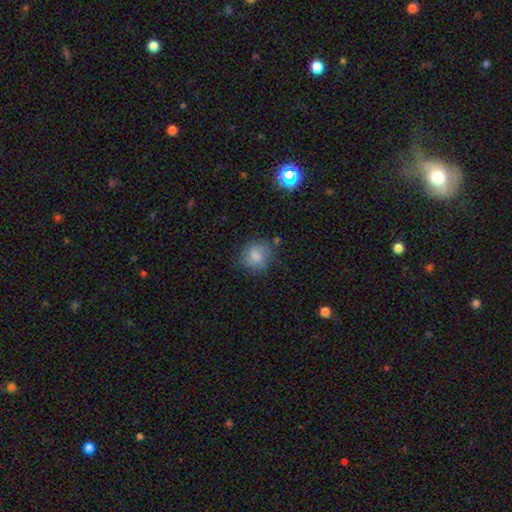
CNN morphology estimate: smooth-or-featured: smooth: 75% | featured or disk: 15% | star or artifact: 9%
  how-rounded: round: 78% | in between: 21% | cigar-shaped: 1%
  merging: none: 68% | minor disturbance: 21% | major disturbance: 7% | merger: 3%